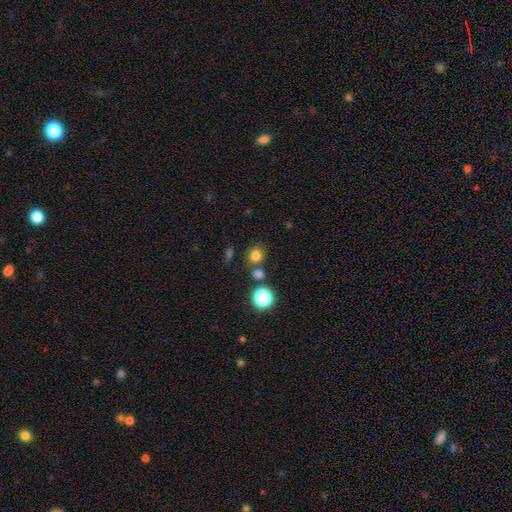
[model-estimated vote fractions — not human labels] This is likely a smooth galaxy (76%). How rounded: likely round (79%). Merging: likely none (73%).